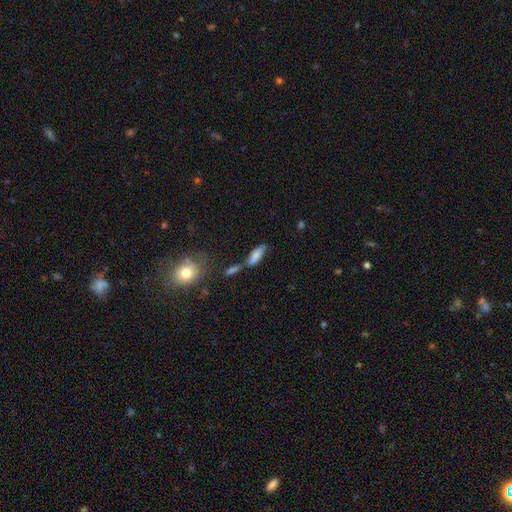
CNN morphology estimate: This appears to be a smooth galaxy with no disk features (74%) that is in between round and cigar-shaped (59%). Merging: none (43%).